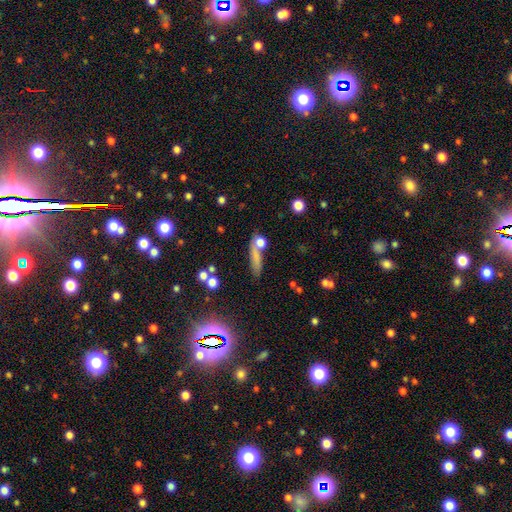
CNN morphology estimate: Smooth or featured? Predicted: smooth (p=0.68). How rounded? Predicted: cigar-shaped (p=0.67). Merging? Predicted: none (p=0.56).